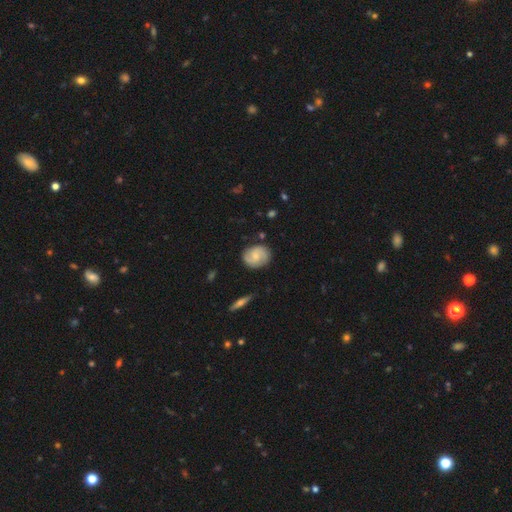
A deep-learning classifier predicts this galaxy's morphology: smooth-or-featured: featured or disk: 59% | smooth: 34% | star or artifact: 7%
  disk-edge-on: no: 97% | yes: 3%
    bar: no: 58% | weak: 37% | strong: 6%
    has-spiral-arms: yes: 91% | no: 9%
      spiral-winding: medium: 44% | tight: 36% | loose: 20%
      spiral-arm-count: 2: 84% | can't tell: 9% | 3: 3% | 1: 2% | 4: 1% | more than 4: 1%
    bulge-size: small: 50% | moderate: 38% | none: 8% | large: 2% | dominant: 1%
  merging: none: 82% | minor disturbance: 13% | major disturbance: 3% | merger: 2%